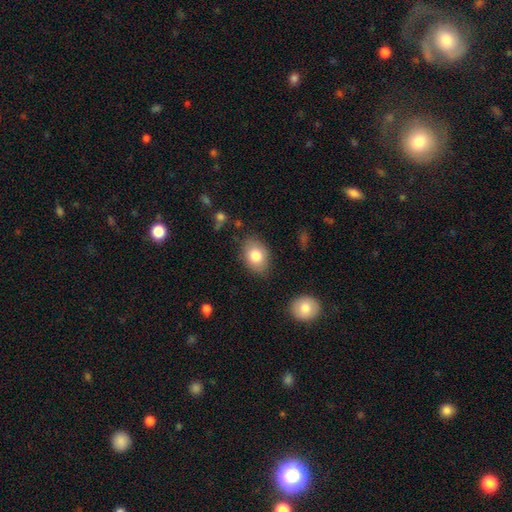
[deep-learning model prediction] Q: Smooth or featured?
A: smooth (80%); runner-up: featured or disk (12%)
Q: How rounded?
A: in between (74%); runner-up: round (25%)
Q: Merging?
A: none (82%); runner-up: minor disturbance (13%)